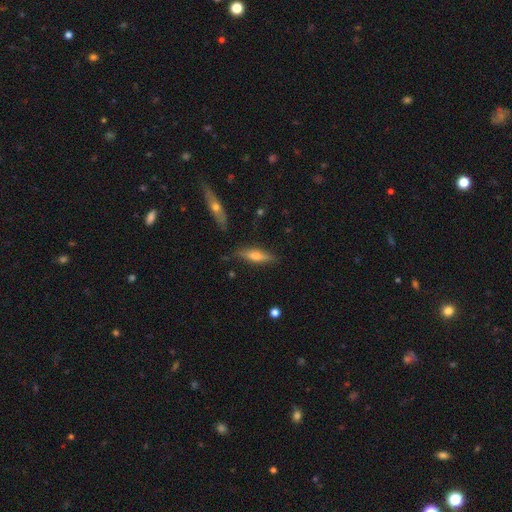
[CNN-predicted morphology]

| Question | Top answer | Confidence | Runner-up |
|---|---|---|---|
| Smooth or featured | smooth | 48% | featured or disk (45%) |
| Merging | none | 80% | minor disturbance (14%) |